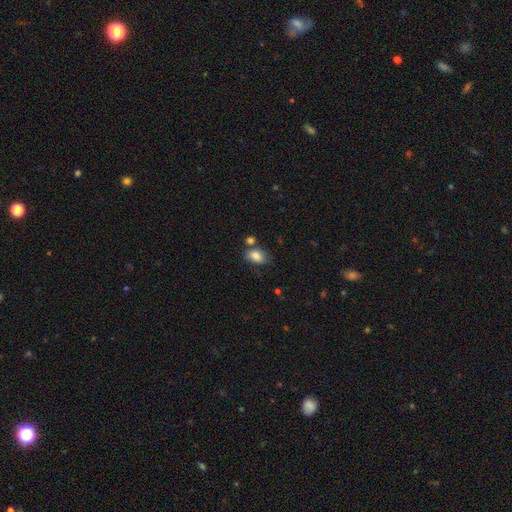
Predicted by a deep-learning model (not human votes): A smooth galaxy with no disk features (82%) that is in between round and cigar-shaped (87%).

Vote fractions:
- Smooth or featured? smooth: 82% / featured or disk: 9% / star or artifact: 9%
- How rounded? in between: 87% / round: 12% / cigar-shaped: 2%
- Merging? none: 58% / minor disturbance: 21% / merger: 15% / major disturbance: 6%